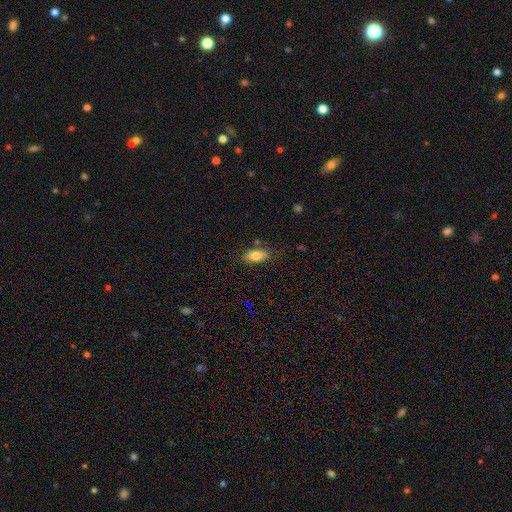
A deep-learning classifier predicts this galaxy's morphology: This appears to be a smooth galaxy with no disk features (77%) that is in between round and cigar-shaped (86%). Merging: none (79%).